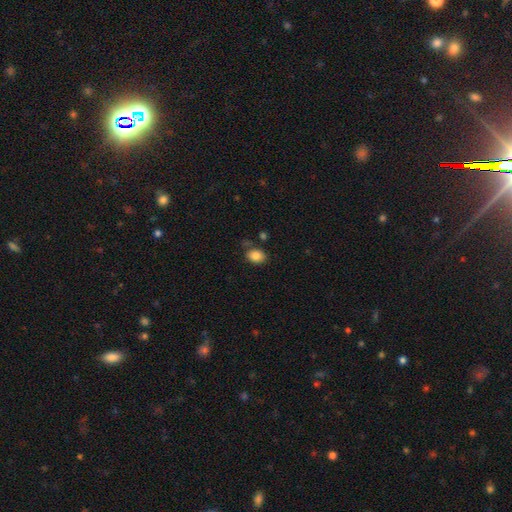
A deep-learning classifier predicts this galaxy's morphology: smooth-or-featured: smooth: 85% | star or artifact: 9% | featured or disk: 6%
  how-rounded: in between: 70% | round: 29% | cigar-shaped: 1%
  merging: none: 76% | minor disturbance: 15% | merger: 6% | major disturbance: 4%